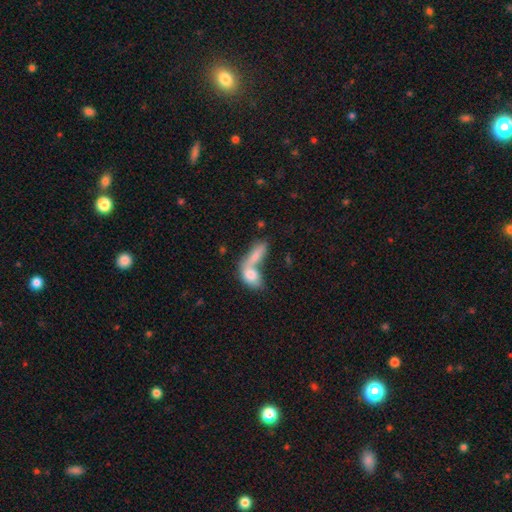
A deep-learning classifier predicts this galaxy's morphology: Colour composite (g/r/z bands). It shows a smooth galaxy with no disk features (77%) that is in between round and cigar-shaped (69%). Merging: merger (70%).